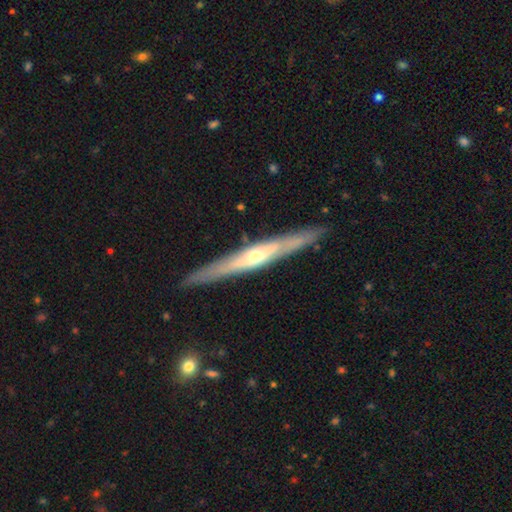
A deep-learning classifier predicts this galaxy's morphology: This is likely a featured or disk galaxy (74%). It is clearly viewed edge-on (94%). Edge-on bulge: likely rounded (72%). Merging: clearly none (89%).